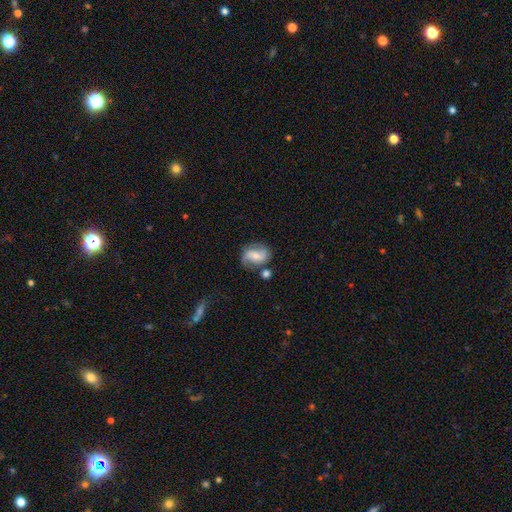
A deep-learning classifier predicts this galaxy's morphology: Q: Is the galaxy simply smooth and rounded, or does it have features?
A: featured or disk — 59%.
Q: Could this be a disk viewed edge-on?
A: no — 96%.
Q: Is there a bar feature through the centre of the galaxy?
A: weak — 39%.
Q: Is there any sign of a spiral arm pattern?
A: yes — 87%.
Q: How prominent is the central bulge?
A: small — 45%.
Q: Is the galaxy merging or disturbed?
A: none — 64%.